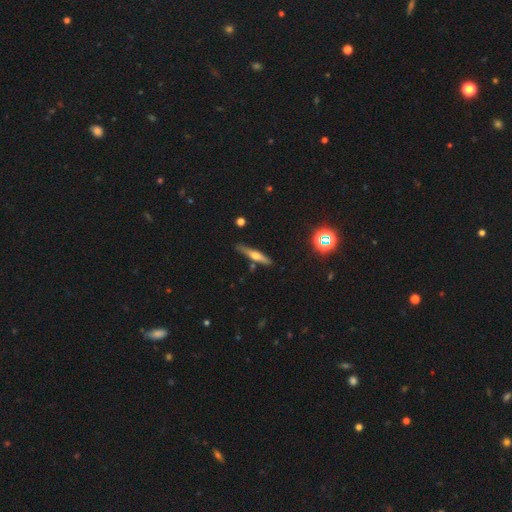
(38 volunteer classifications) smooth_or_featured: featured or disk (p=0.50) [alt: smooth p=0.45]
disk_edge_on: yes (p=0.89) [alt: no p=0.11]
edge_on_bulge: rounded (p=0.82) [alt: boxy p=0.12]
merging: none (p=0.83) [alt: minor disturbance p=0.14]